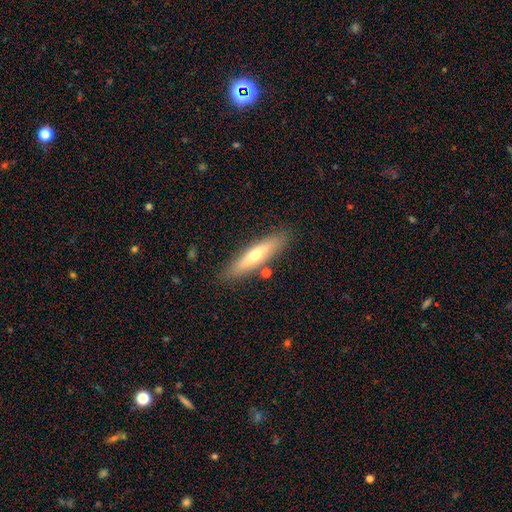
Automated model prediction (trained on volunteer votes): The model was most divided on "smooth or featured": smooth: 54%, featured or disk: 40%, star or artifact: 7%. More confident: merging — none (85%); how rounded — cigar-shaped (77%).